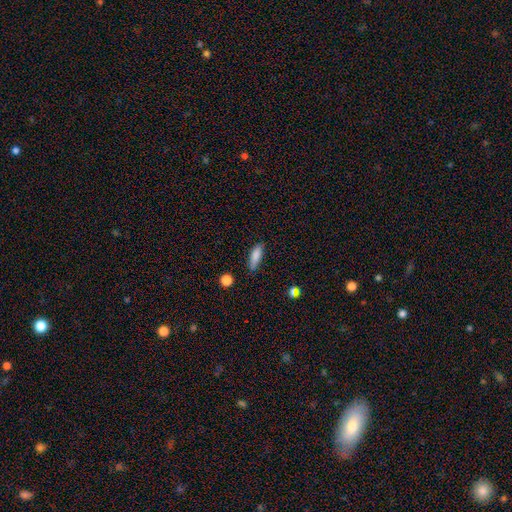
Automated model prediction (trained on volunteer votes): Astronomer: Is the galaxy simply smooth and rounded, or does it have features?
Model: smooth — 84%.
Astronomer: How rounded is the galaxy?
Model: in between — 53% (runner-up: cigar-shaped, 45%).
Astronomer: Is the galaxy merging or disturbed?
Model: none — 75%.